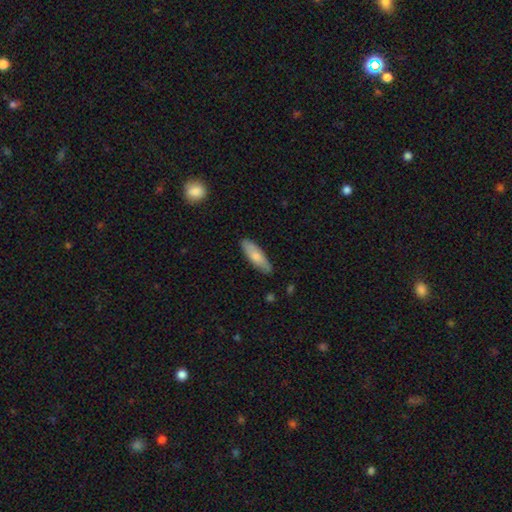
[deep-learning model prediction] This is likely a smooth galaxy (77%). How rounded: possibly cigar-shaped (49%, tied with in between). Merging: clearly none (86%).